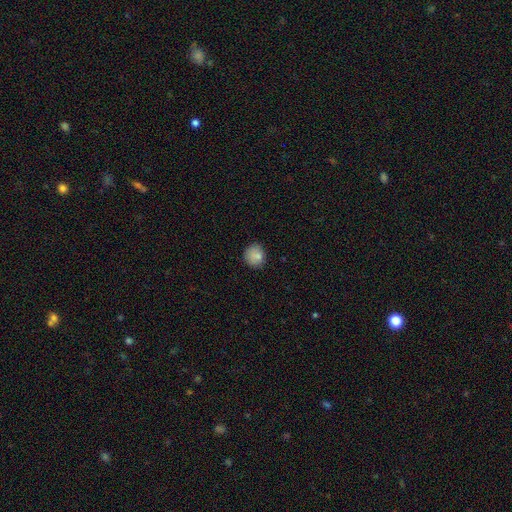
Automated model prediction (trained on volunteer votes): A smooth galaxy with no disk features (83%) that is round (84%). Merging: none (81%).